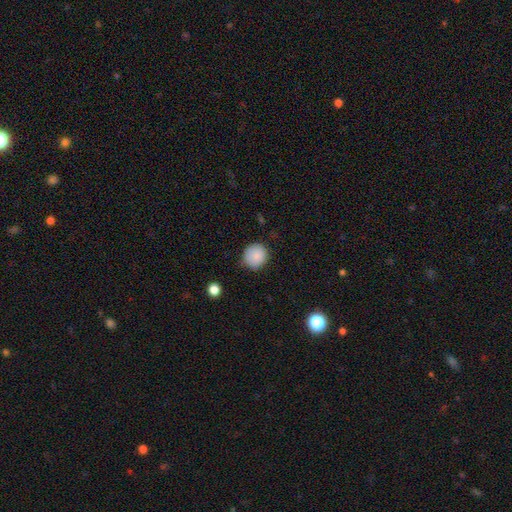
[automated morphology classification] Smooth or featured? smooth (87%)
How rounded? round (88%)
Merging? none (78%)